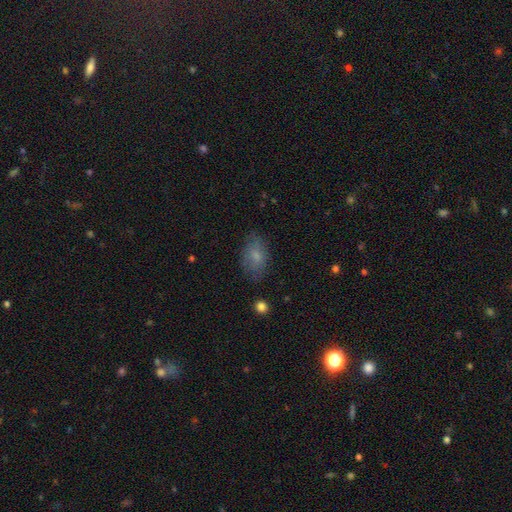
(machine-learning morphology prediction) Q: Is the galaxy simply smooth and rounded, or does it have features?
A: smooth — 75%.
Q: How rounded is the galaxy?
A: in between — 88%.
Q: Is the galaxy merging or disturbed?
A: none — 72%.